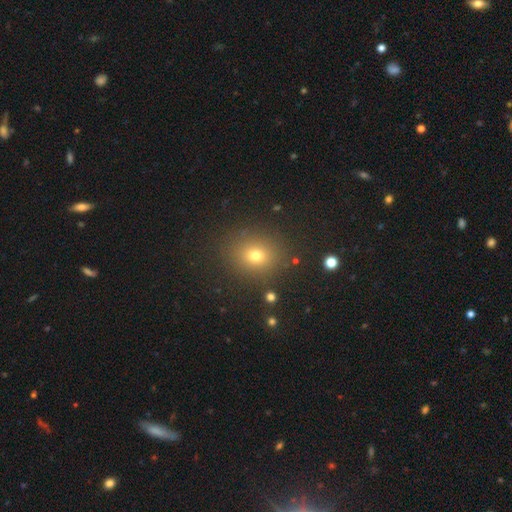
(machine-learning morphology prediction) Smooth or featured: smooth — 71% (star or artifact — 20%)
How rounded: round — 77% (in between — 22%)
Merging: none — 87% (minor disturbance — 8%)